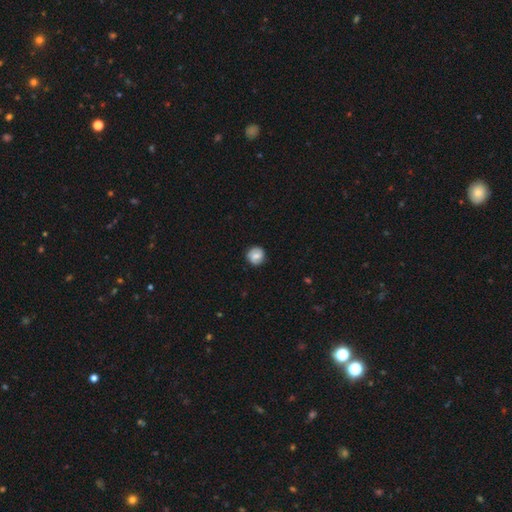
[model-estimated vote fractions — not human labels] Smooth or featured? smooth (61%)
How rounded? round (91%)
Merging? none (85%)